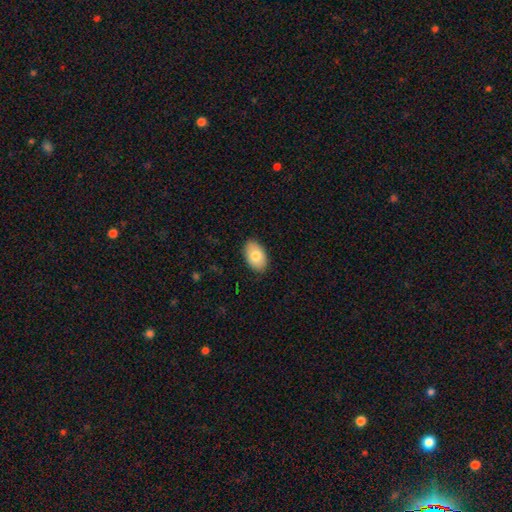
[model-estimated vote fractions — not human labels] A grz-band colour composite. It shows a smooth galaxy with no disk features (79%) that is in between round and cigar-shaped (92%). Merging: none (88%).